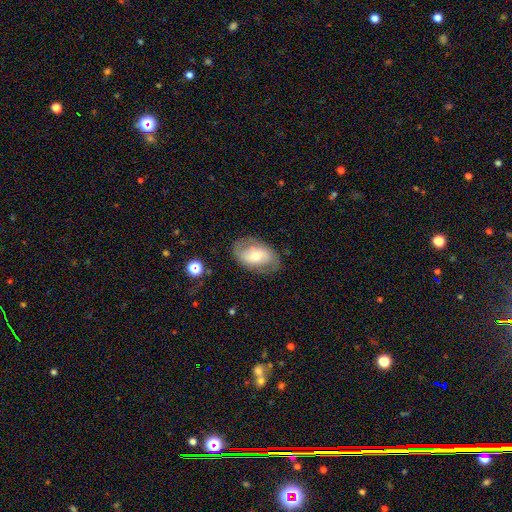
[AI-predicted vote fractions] Morphology: type=featured or disk (51%); edge-on=no (93%); merging=none (74%).